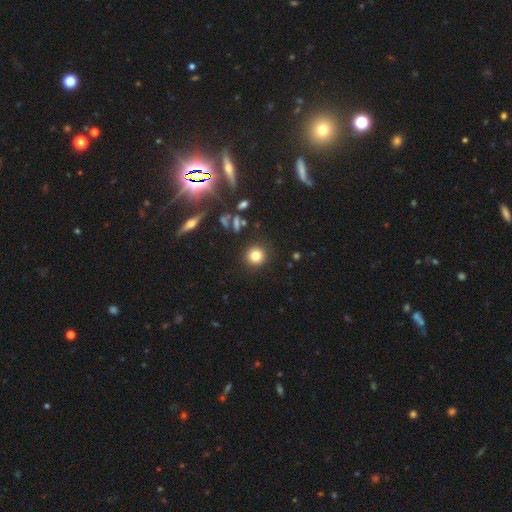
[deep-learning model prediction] Smooth or featured? smooth (79%)
How rounded? round (93%)
Merging? none (90%)